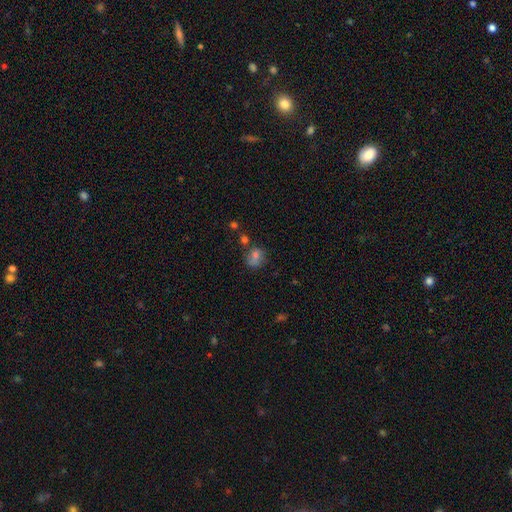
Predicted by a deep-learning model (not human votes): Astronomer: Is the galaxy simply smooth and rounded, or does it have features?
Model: smooth — 57%.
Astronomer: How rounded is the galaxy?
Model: round — 72%.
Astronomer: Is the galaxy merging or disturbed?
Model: none — 60%.